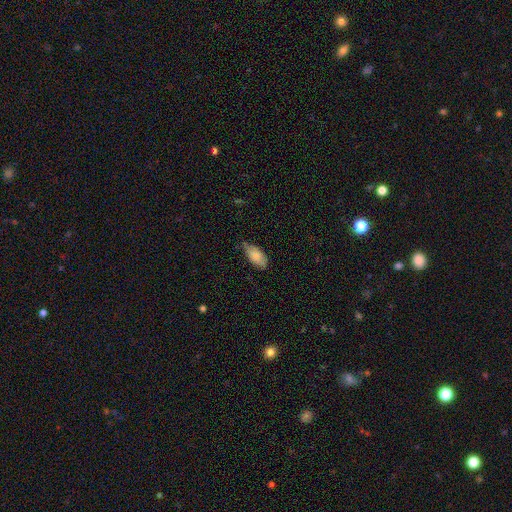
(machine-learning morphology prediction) smooth-or-featured: smooth: 84% | featured or disk: 9% | star or artifact: 7%
  how-rounded: in between: 92% | cigar-shaped: 6% | round: 2%
  merging: none: 55% | minor disturbance: 36% | major disturbance: 6% | merger: 2%